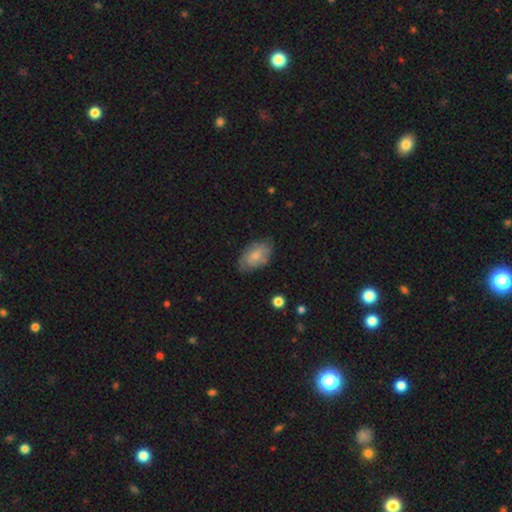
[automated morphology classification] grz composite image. It shows a smooth galaxy with no disk features (67%) that is in between round and cigar-shaped (92%). Merging: none (70%).